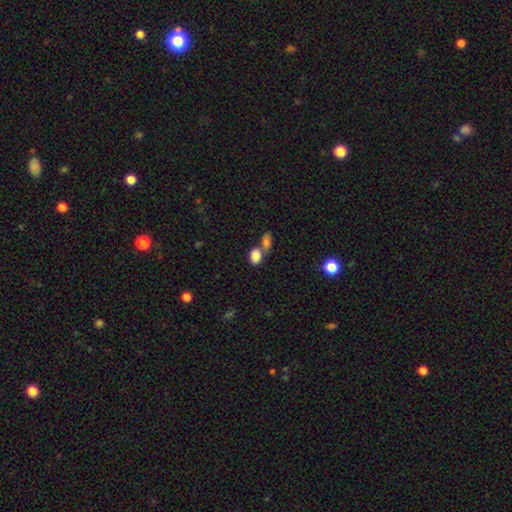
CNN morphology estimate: smooth-or-featured: smooth: 84% | star or artifact: 9% | featured or disk: 7%
  how-rounded: in between: 78% | round: 20% | cigar-shaped: 2%
  merging: merger: 50% | none: 37% | minor disturbance: 9% | major disturbance: 4%